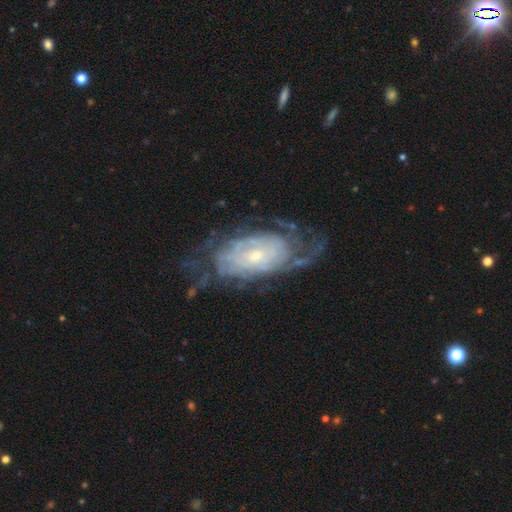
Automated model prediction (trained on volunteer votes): Smooth or featured? Predicted: featured or disk (p=0.81). Edge-on disk? Predicted: no (p=0.93). Bar? Predicted: no (p=0.71). Spiral arms? Predicted: yes (p=0.86). Spiral winding? Predicted: tight (p=0.64). Spiral arm count? Predicted: can't tell (p=0.57). Bulge size? Predicted: small (p=0.61). Merging? Predicted: none (p=0.57).